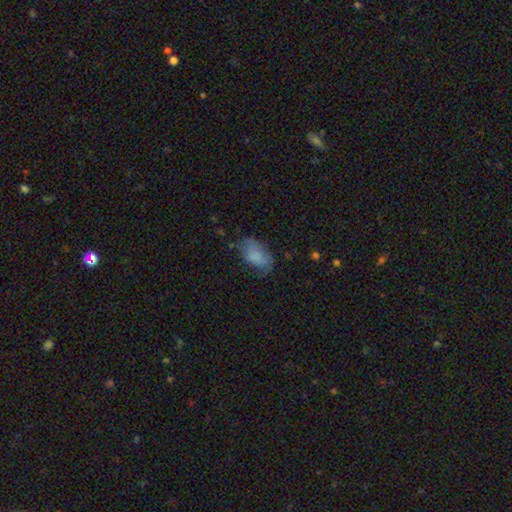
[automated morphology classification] smooth_or_featured: smooth (p=0.76) [alt: featured or disk p=0.15]
how_rounded: in between (p=0.92) [alt: round p=0.05]
merging: none (p=0.52) [alt: minor disturbance p=0.31]